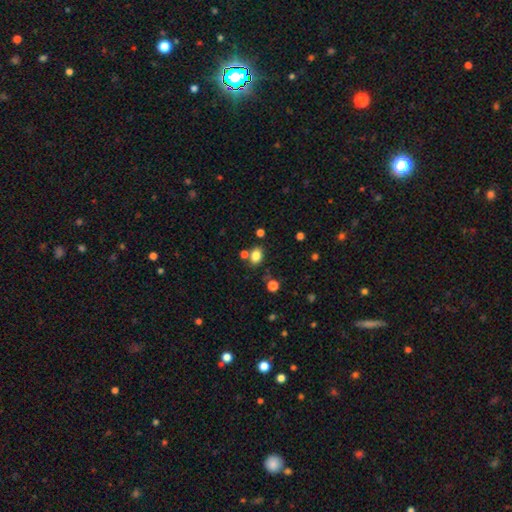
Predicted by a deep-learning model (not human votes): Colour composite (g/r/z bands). It shows a smooth galaxy with no disk features (82%) that is in between round and cigar-shaped (67%). Merging: none (68%).